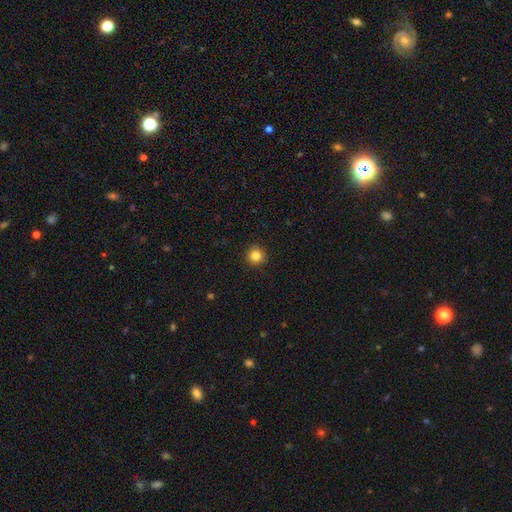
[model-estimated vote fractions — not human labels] Smooth or featured: smooth — 84% (star or artifact — 11%)
How rounded: round — 95% (in between — 4%)
Merging: none — 93% (minor disturbance — 5%)